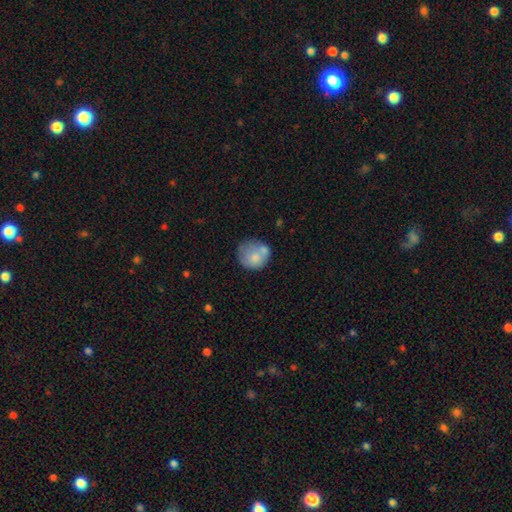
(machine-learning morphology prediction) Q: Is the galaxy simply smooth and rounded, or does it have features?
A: smooth — 72%.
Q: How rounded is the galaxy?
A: round — 83%.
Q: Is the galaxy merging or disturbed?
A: none — 50%.